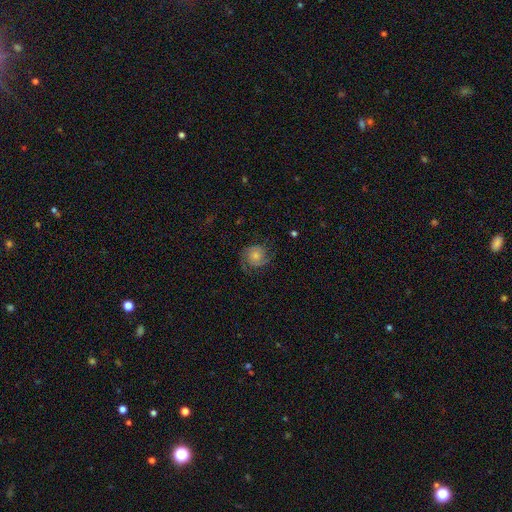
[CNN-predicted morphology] smooth-or-featured: featured or disk: 60% | smooth: 31% | star or artifact: 9%
  disk-edge-on: no: 97% | yes: 3%
    bar: no: 77% | weak: 20% | strong: 3%
    has-spiral-arms: yes: 92% | no: 8%
      spiral-winding: medium: 42% | tight: 38% | loose: 21%
      spiral-arm-count: 2: 71% | can't tell: 11% | 1: 8% | 3: 6% | 4: 2% | more than 4: 2%
    bulge-size: moderate: 44% | small: 34% | large: 11% | none: 9% | dominant: 2%
  merging: none: 69% | minor disturbance: 18% | major disturbance: 11% | merger: 1%